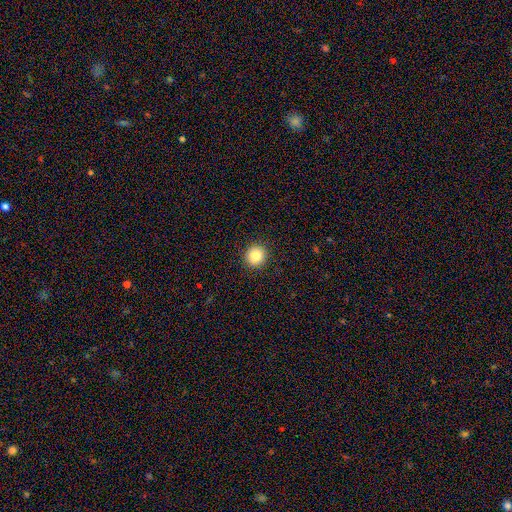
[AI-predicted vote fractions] Morphology: type=smooth (85%); roundness=round (89%); merging=none (92%).